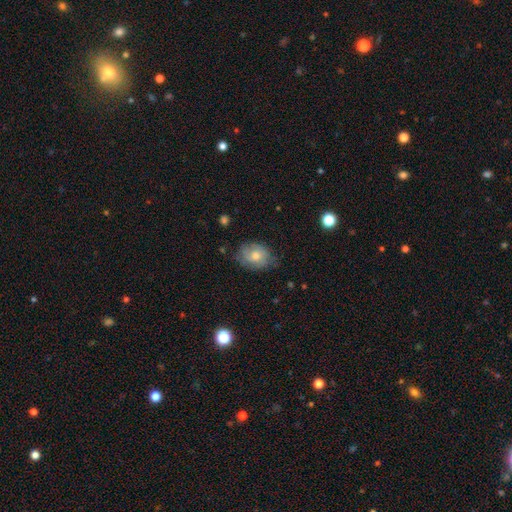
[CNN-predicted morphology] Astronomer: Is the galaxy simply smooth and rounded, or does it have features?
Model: smooth — 59%.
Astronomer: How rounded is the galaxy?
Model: in between — 59% (runner-up: round, 39%).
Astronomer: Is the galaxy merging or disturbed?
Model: none — 70%.